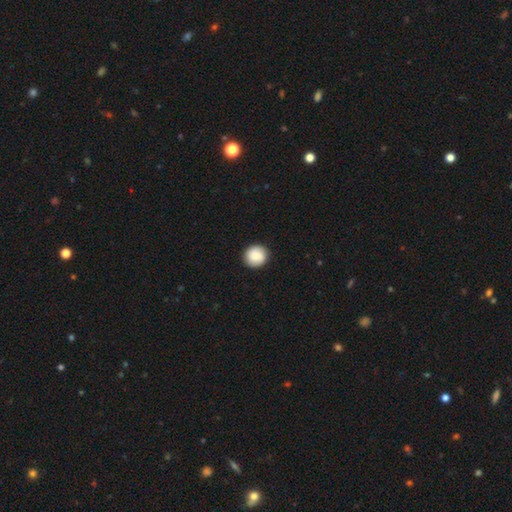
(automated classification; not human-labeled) This is clearly a smooth galaxy (86%). How rounded: clearly round (93%). Merging: clearly none (91%).